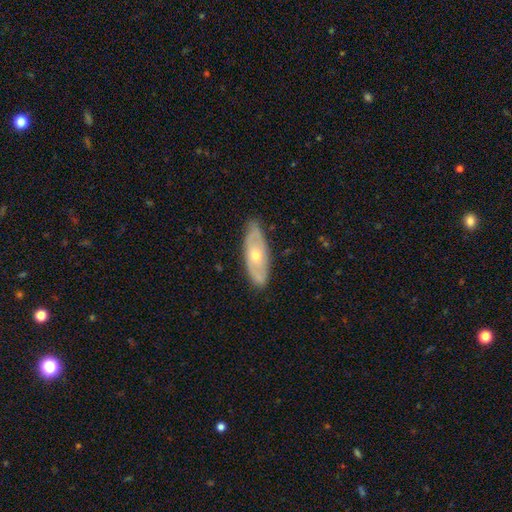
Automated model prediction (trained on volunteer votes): This is possibly a featured or disk galaxy (60%). It is likely not viewed edge-on (76%). Merging: clearly none (81%).